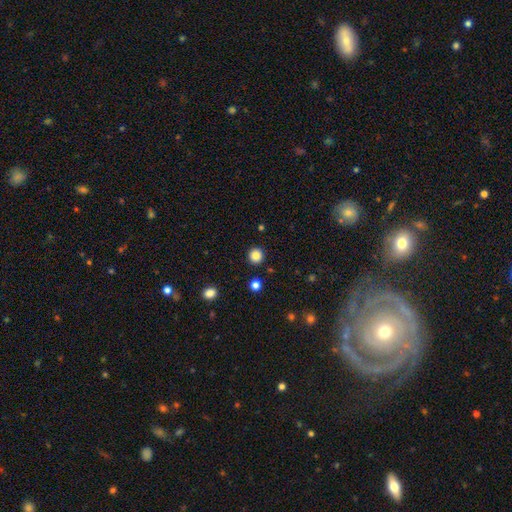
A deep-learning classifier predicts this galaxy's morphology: Smooth or featured: smooth — 86% (star or artifact — 11%)
How rounded: round — 94% (in between — 5%)
Merging: none — 92% (minor disturbance — 5%)